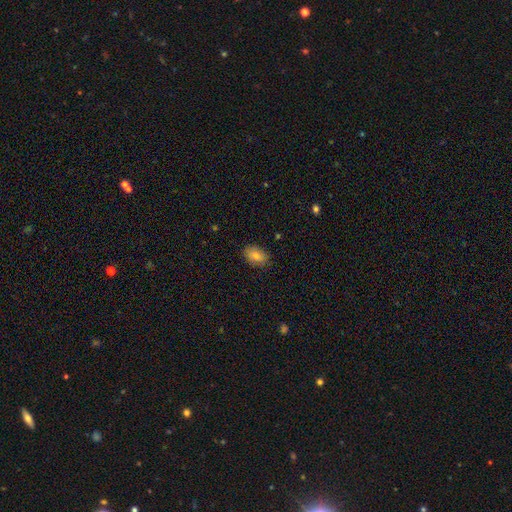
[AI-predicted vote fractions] Q: Smooth or featured?
A: smooth (79%); runner-up: featured or disk (11%)
Q: How rounded?
A: in between (88%); runner-up: round (10%)
Q: Merging?
A: none (85%); runner-up: minor disturbance (11%)